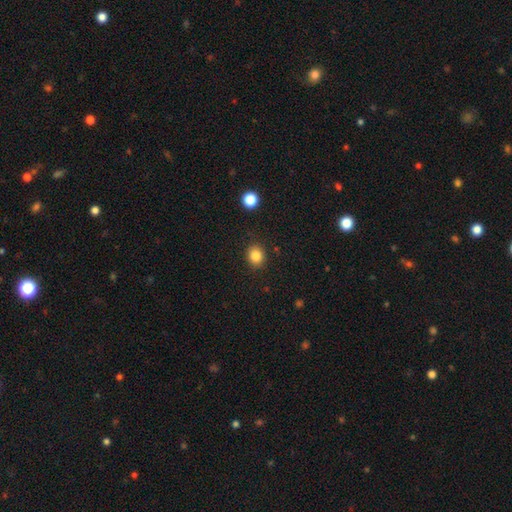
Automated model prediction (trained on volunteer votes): Q: Smooth or featured?
A: smooth (84%); runner-up: star or artifact (11%)
Q: How rounded?
A: round (73%); runner-up: in between (26%)
Q: Merging?
A: none (88%); runner-up: minor disturbance (8%)